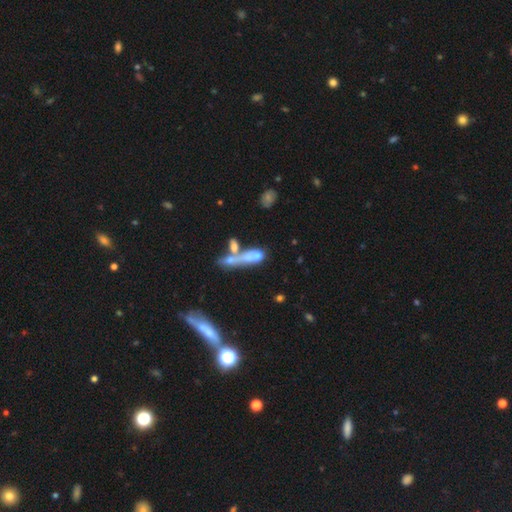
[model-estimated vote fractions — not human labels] Smooth or featured? Predicted: smooth (p=0.51). How rounded? Predicted: cigar-shaped (p=0.57). Merging? Predicted: merger (p=0.51).